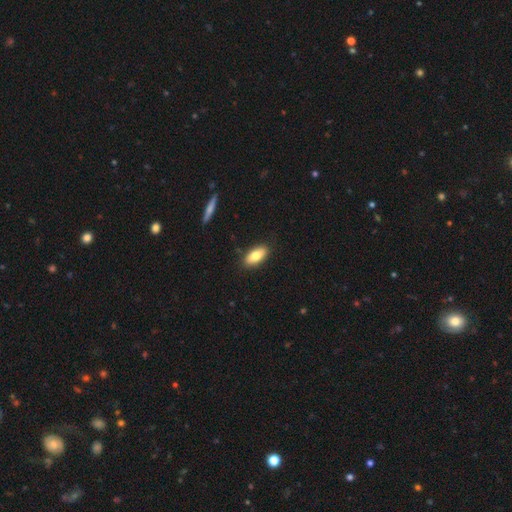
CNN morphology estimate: Smooth or featured: smooth — 80% (featured or disk — 14%)
How rounded: in between — 89% (cigar-shaped — 8%)
Merging: none — 87% (minor disturbance — 10%)